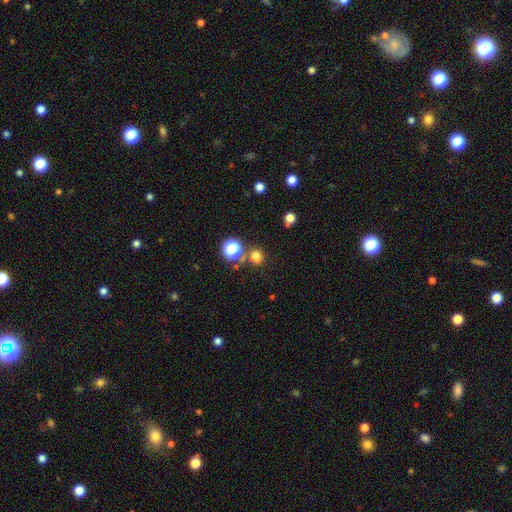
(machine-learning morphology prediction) The model was most divided on "how rounded": round: 67%, in between: 32%, cigar-shaped: 1%. More confident: smooth or featured — smooth (69%); merging — none (65%).